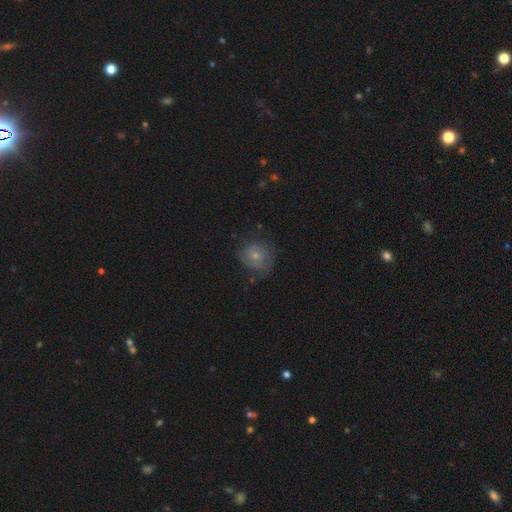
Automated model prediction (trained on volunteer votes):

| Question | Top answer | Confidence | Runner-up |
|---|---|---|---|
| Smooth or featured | smooth | 66% | featured or disk (24%) |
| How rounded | round | 78% | in between (21%) |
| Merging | none | 60% | minor disturbance (27%) |